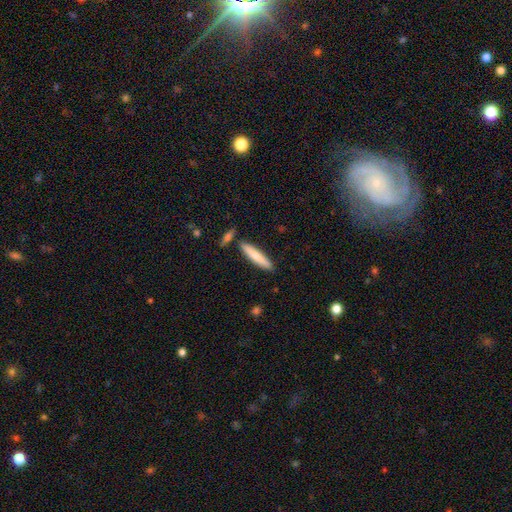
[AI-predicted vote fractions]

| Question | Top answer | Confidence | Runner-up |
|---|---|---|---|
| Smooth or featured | smooth | 75% | featured or disk (20%) |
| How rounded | cigar-shaped | 89% | in between (10%) |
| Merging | none | 84% | minor disturbance (9%) |